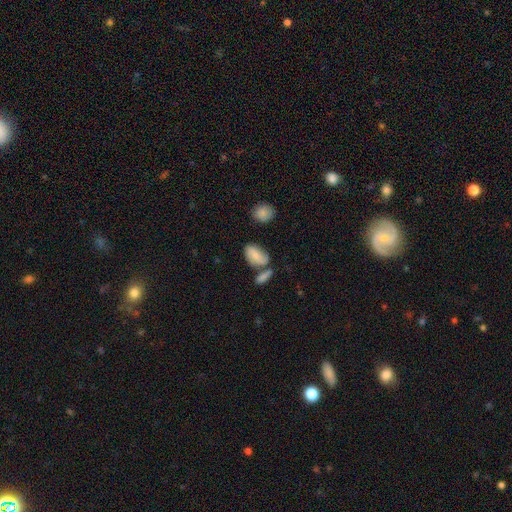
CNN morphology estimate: Smooth or featured? smooth (71%)
How rounded? in between (91%)
Merging? none (42%)